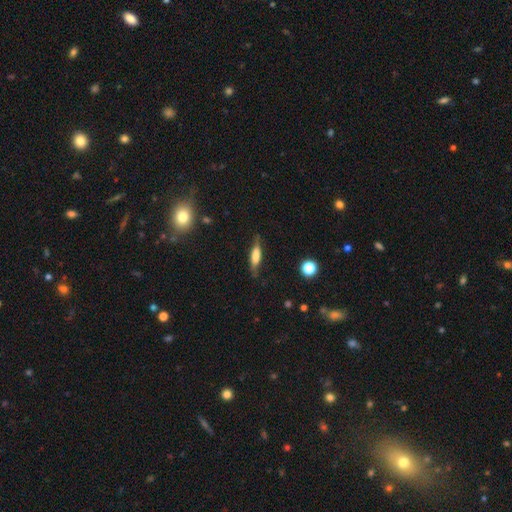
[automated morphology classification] Overall: smooth (59%; featured or disk 33%). How rounded: cigar-shaped (59%; in between 38%). Merging: none (71%).